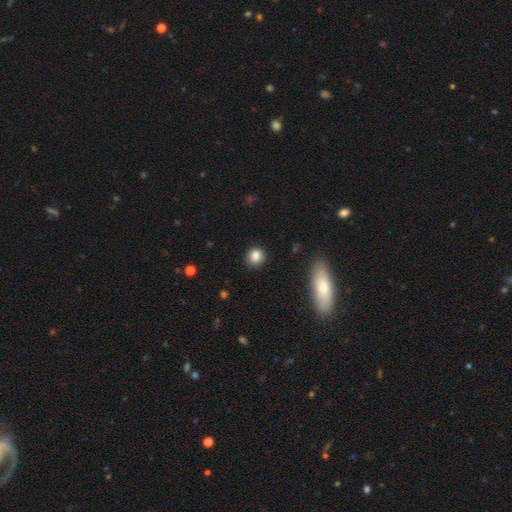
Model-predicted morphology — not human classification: Smooth or featured? smooth (85%)
How rounded? round (86%)
Merging? none (86%)